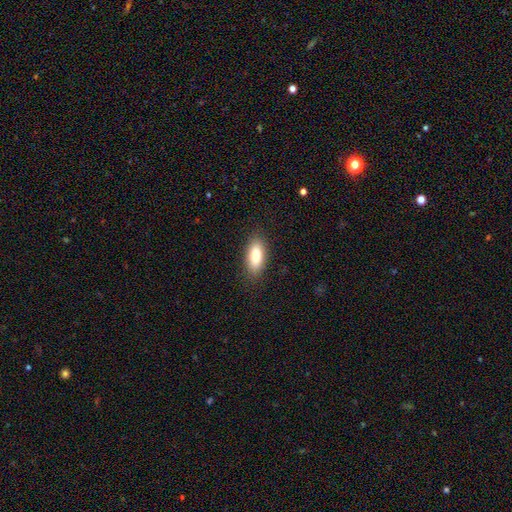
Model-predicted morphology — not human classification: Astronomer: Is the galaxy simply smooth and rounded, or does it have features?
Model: smooth — 83%.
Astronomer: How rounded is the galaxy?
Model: in between — 82%.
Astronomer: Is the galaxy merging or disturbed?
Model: none — 87%.